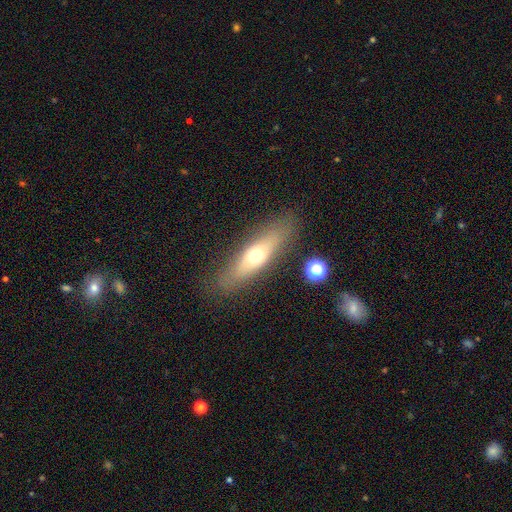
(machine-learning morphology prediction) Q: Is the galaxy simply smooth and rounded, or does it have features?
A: smooth — 52%.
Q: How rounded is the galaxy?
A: cigar-shaped — 66%.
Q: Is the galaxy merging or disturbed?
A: none — 83%.